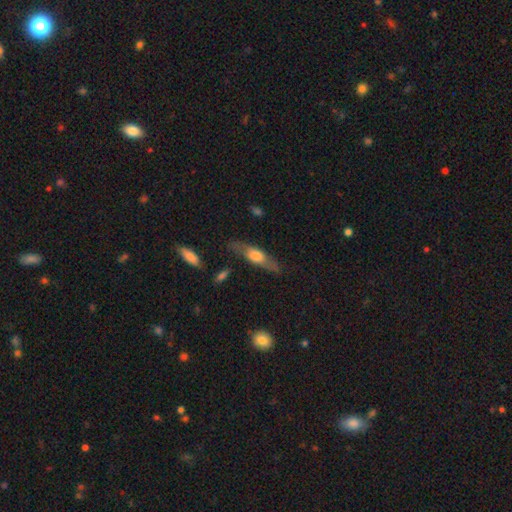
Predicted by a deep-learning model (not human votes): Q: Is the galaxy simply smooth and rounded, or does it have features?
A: featured or disk — 49%.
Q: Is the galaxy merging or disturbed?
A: none — 76%.